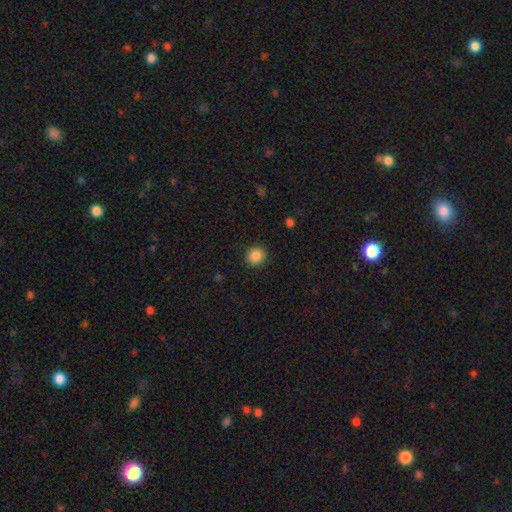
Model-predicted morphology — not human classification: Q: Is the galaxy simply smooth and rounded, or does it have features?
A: smooth — 88%.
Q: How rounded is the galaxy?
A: round — 88%.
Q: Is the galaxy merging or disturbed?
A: none — 90%.